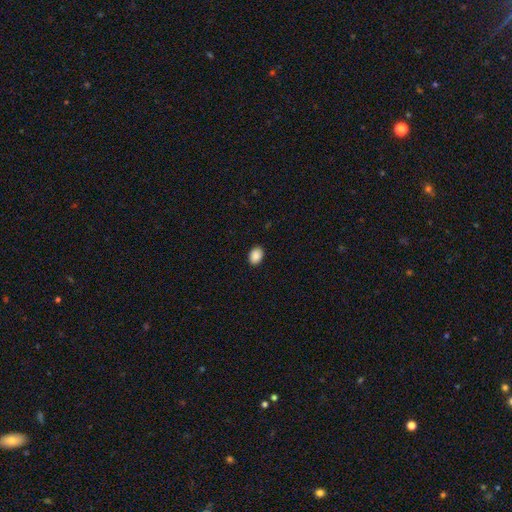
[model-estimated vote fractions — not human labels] This is clearly a smooth galaxy (89%). How rounded: likely in between (76%). Merging: clearly none (90%).